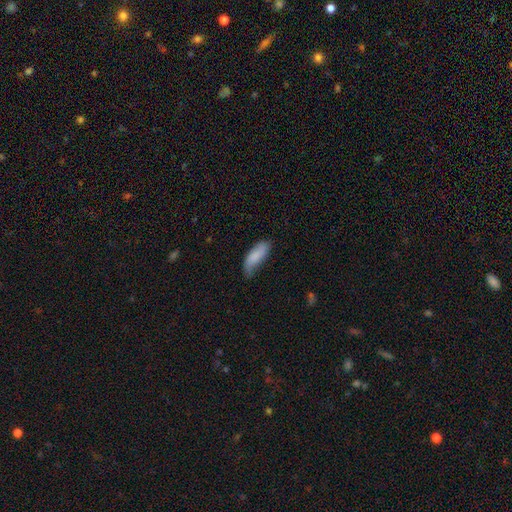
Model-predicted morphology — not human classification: The model was most divided on "merging": none: 49%, minor disturbance: 39%, major disturbance: 10%, merger: 2%. More confident: smooth or featured — smooth (78%); how rounded — in between (71%).